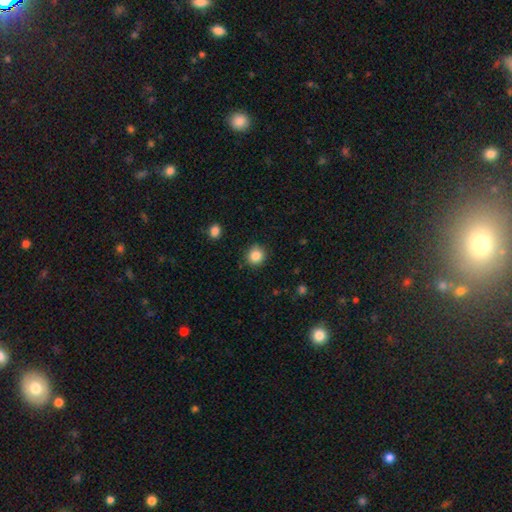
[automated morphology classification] smooth 85%, star or artifact 10%, featured or disk 5%. Down the decision tree: how rounded — round (90%); merging — none (89%).